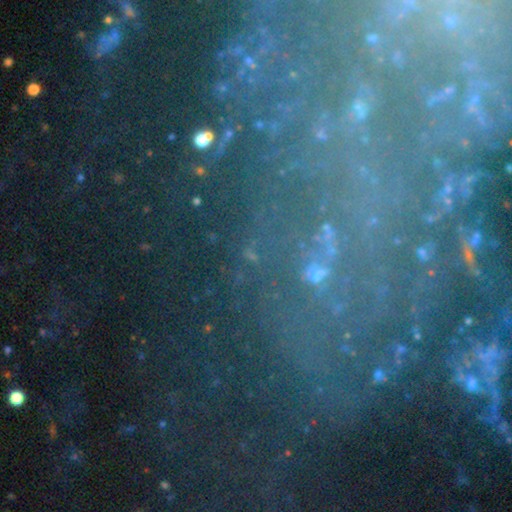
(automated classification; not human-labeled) smooth_or_featured: star or artifact (p=0.55) [alt: featured or disk p=0.24]